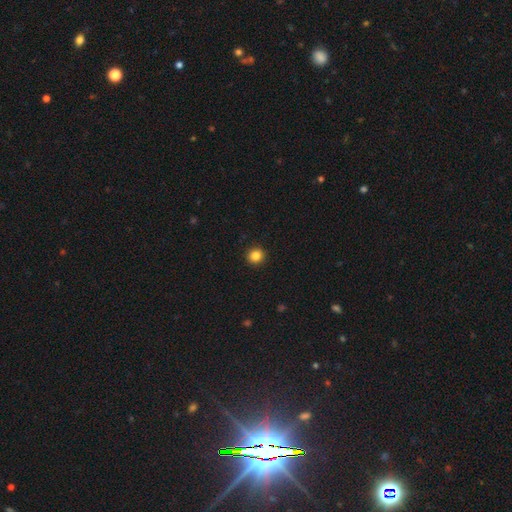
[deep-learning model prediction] Smooth or featured? smooth (85%)
How rounded? round (92%)
Merging? none (93%)